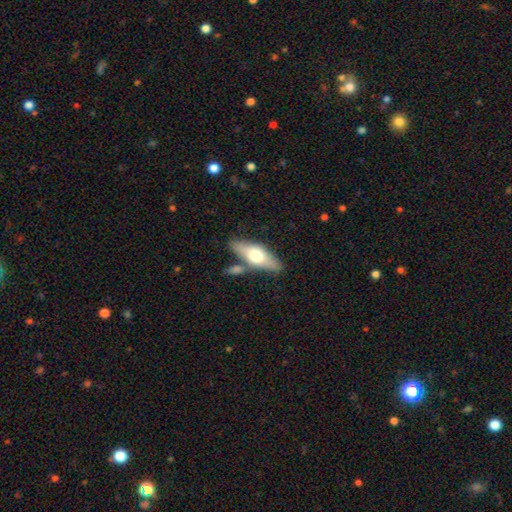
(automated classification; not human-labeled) A smooth galaxy with no disk features (55%) that is in between round and cigar-shaped (62%). Merging: none (67%).